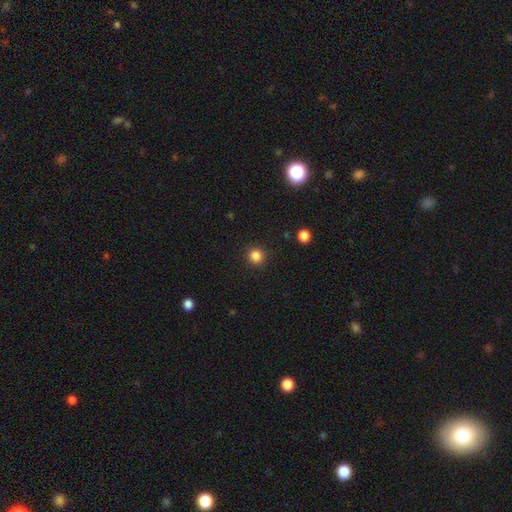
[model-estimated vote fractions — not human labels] smooth 84%, star or artifact 12%, featured or disk 3%. Down the decision tree: how rounded — round (92%); merging — none (91%).